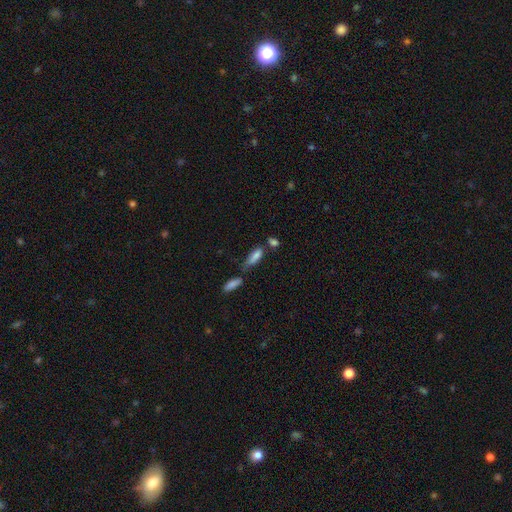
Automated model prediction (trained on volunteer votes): Morphology: type=smooth (78%); roundness=in between (52%); merging=none (39%).